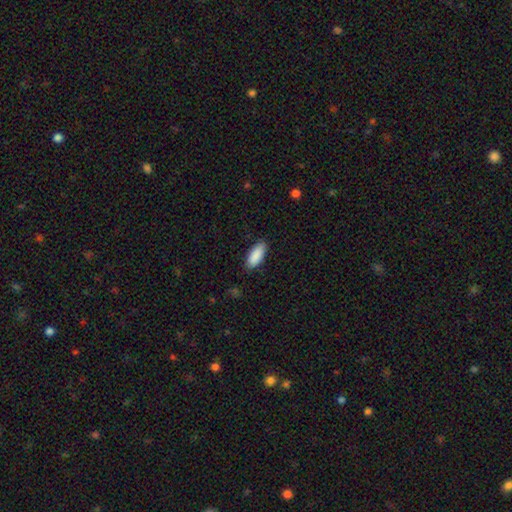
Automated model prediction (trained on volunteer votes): A smooth galaxy with no disk features (90%) that is in between round and cigar-shaped (80%). Merging: none (85%).